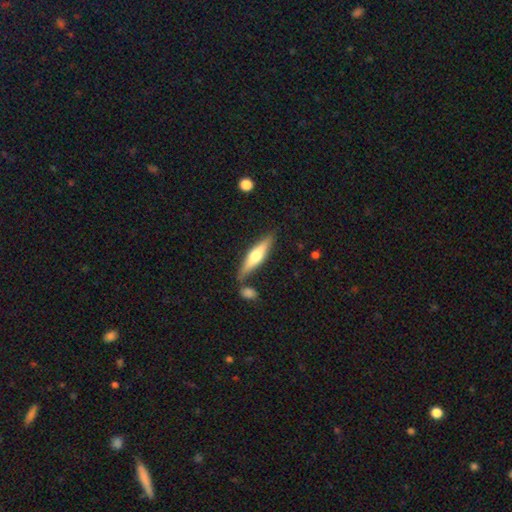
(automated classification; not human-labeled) This appears to be a featured or disk galaxy (49%). Merging: none (74%).